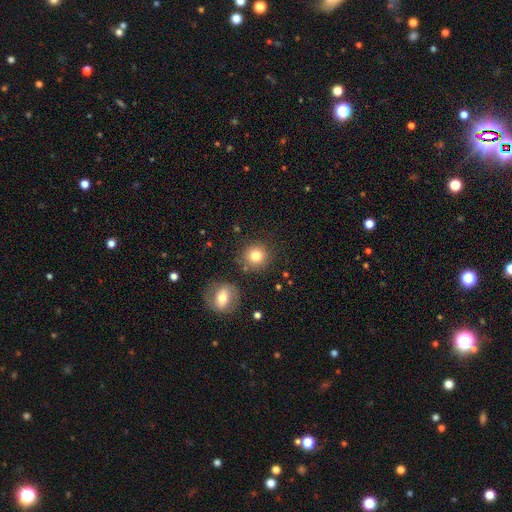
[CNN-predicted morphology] Smooth or featured? Predicted: smooth (p=0.81). How rounded? Predicted: round (p=0.91). Merging? Predicted: none (p=0.79).